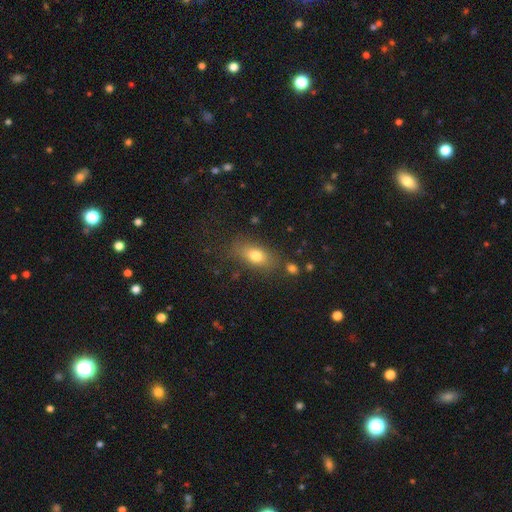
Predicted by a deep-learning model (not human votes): smooth 76%, featured or disk 14%, star or artifact 10%. Down the decision tree: how rounded — in between (81%); merging — none (74%).